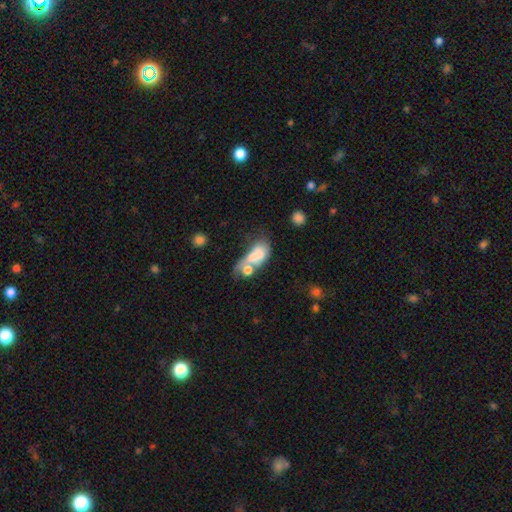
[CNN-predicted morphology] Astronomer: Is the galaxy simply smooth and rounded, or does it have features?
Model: smooth — 54% (runner-up: featured or disk, 35%).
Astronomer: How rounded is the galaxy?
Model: in between — 80%.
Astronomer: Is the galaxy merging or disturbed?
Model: merger — 59%.